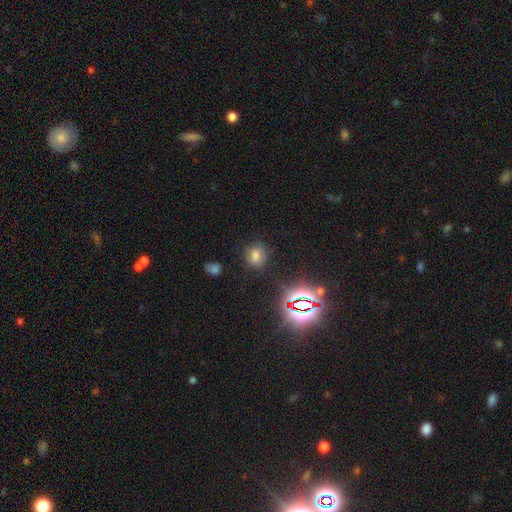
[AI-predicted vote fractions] Smooth or featured?
  - smooth: 63% *
  - star or artifact: 27%
  - featured or disk: 10%
How rounded?
  - round: 54% *
  - in between: 45%
  - cigar-shaped: 1%
Merging?
  - none: 79% *
  - minor disturbance: 14%
  - major disturbance: 5%
  - merger: 2%